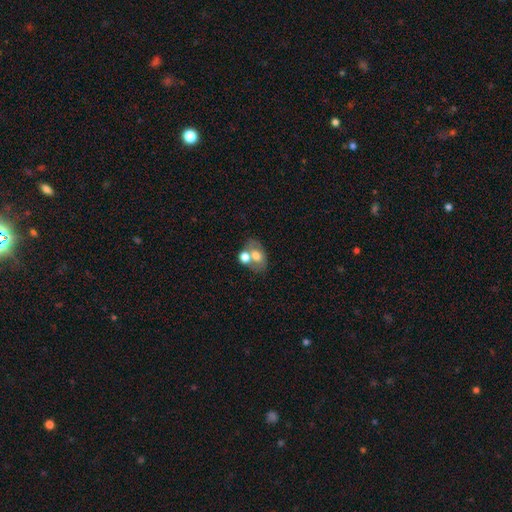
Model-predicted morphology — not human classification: This appears to be a smooth galaxy with no disk features (60%) that is in between round and cigar-shaped (75%). Merging: merger (44%).